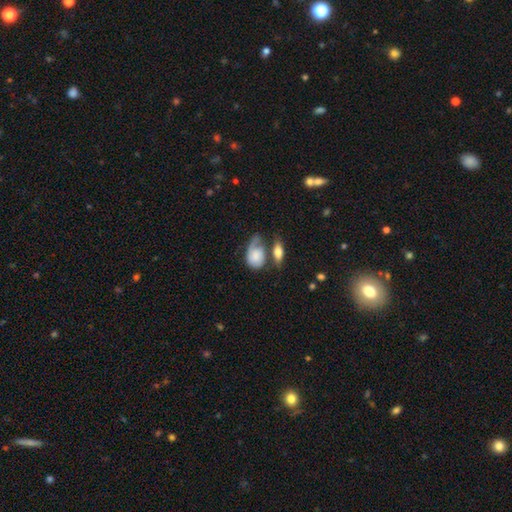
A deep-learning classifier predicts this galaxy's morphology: Smooth or featured?
  - smooth: 61% *
  - featured or disk: 33%
  - star or artifact: 7%
How rounded?
  - in between: 73% *
  - round: 25%
  - cigar-shaped: 2%
Merging?
  - major disturbance: 28% *
  - merger: 26%
  - none: 26%
  - minor disturbance: 20%